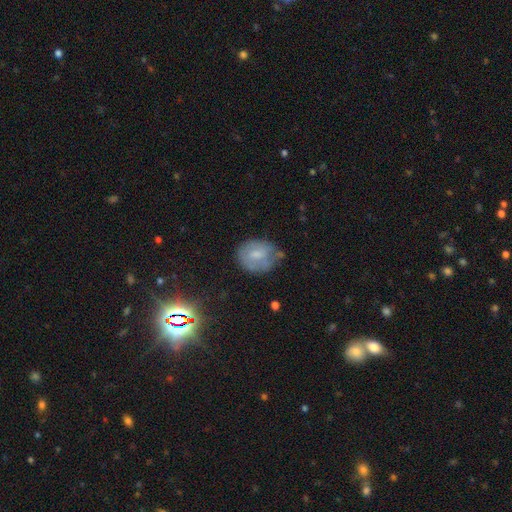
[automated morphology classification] Smooth or featured: smooth — 55% (featured or disk — 34%)
How rounded: round — 59% (in between — 40%)
Merging: none — 56% (minor disturbance — 30%)